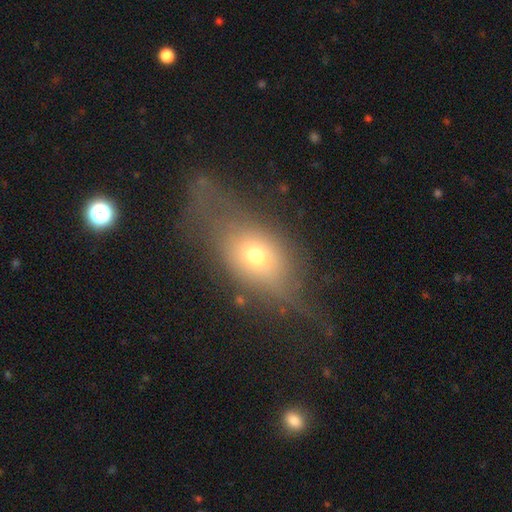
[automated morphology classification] smooth 52%, featured or disk 35%, star or artifact 13%. Down the decision tree: how rounded — in between (67%); merging — none (44%).